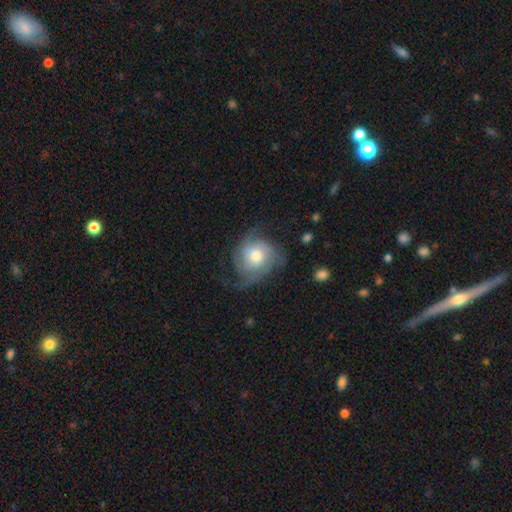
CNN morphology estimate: smooth-or-featured: featured or disk: 64% | smooth: 29% | star or artifact: 7%
  disk-edge-on: no: 97% | yes: 3%
    bar: no: 77% | weak: 20% | strong: 3%
    has-spiral-arms: yes: 89% | no: 11%
      spiral-winding: medium: 40% | tight: 36% | loose: 23%
      spiral-arm-count: 3: 34% | 2: 24% | can't tell: 23% | 4: 9% | 1: 6% | more than 4: 5%
    bulge-size: moderate: 64% | large: 17% | small: 15% | none: 2% | dominant: 2%
  merging: none: 54% | minor disturbance: 25% | major disturbance: 19% | merger: 1%